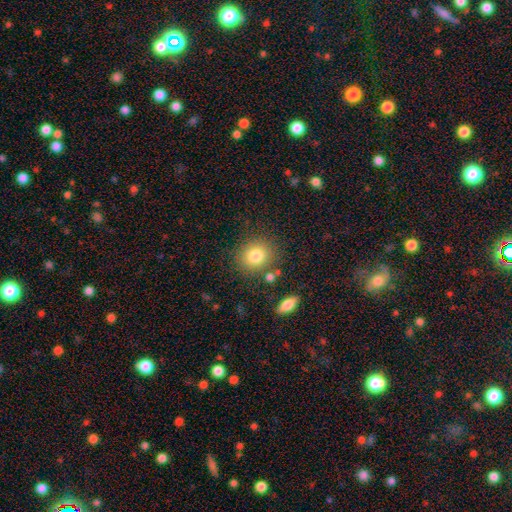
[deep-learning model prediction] Smooth or featured: smooth — 81% (star or artifact — 10%)
How rounded: round — 79% (in between — 20%)
Merging: none — 80% (minor disturbance — 10%)